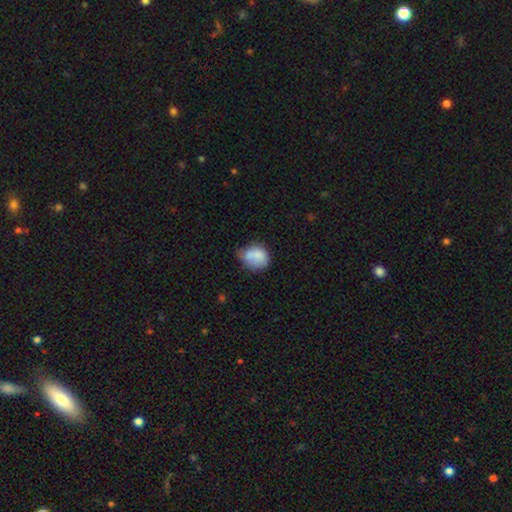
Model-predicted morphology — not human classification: smooth 74%, featured or disk 17%, star or artifact 9%. Down the decision tree: how rounded — round (50%); merging — none (37%).